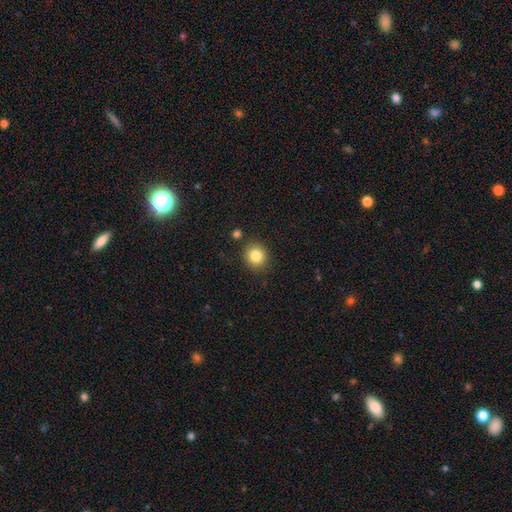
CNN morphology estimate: A smooth galaxy with no disk features (84%) that is round (87%). Merging: none (87%).